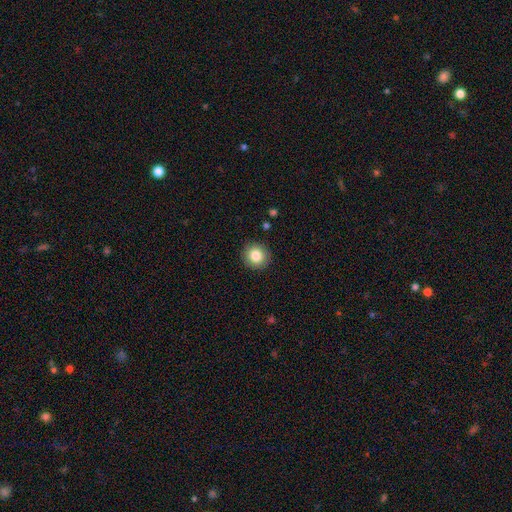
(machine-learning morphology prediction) This is clearly a smooth galaxy (83%). How rounded: clearly round (91%). Merging: clearly none (91%).